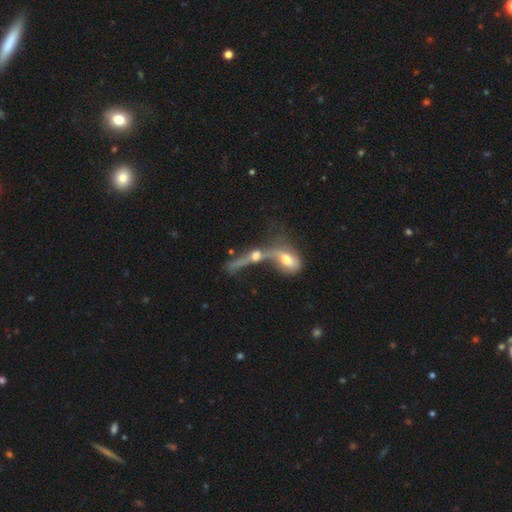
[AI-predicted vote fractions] This appears to be a featured or disk galaxy (50%). Merging: merger (70%).